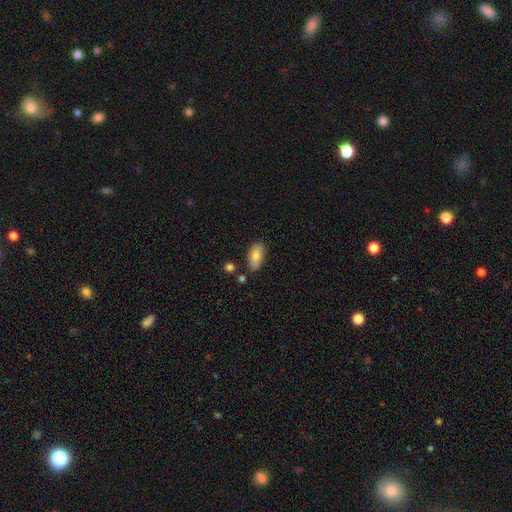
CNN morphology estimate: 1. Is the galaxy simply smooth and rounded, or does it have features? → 81% smooth, 12% featured or disk, 7% star or artifact.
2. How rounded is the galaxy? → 90% in between, 7% cigar-shaped, 3% round.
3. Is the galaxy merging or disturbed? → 76% none, 16% minor disturbance, 5% merger, 3% major disturbance.